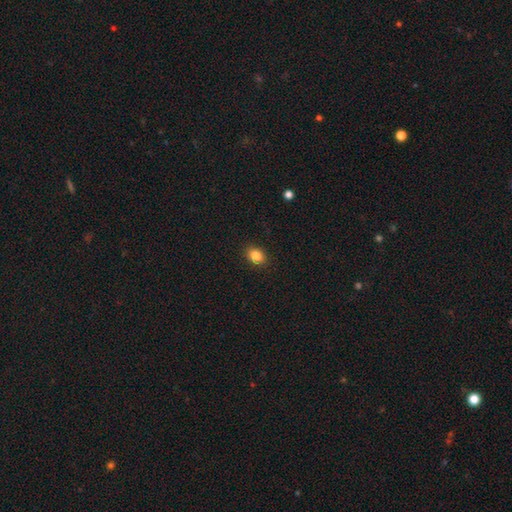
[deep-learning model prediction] smooth-or-featured: smooth: 85% | star or artifact: 10% | featured or disk: 5%
  how-rounded: in between: 65% | round: 34% | cigar-shaped: 1%
  merging: none: 90% | minor disturbance: 7% | major disturbance: 2% | merger: 1%